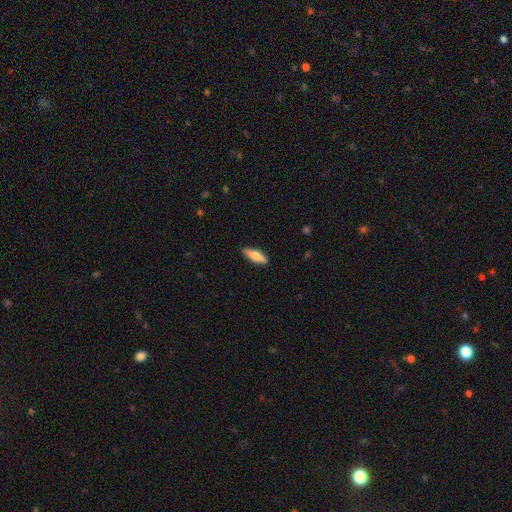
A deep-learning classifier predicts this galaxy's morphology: A smooth galaxy with no disk features (61%) that is cigar-shaped (52%). Merging: none (88%).